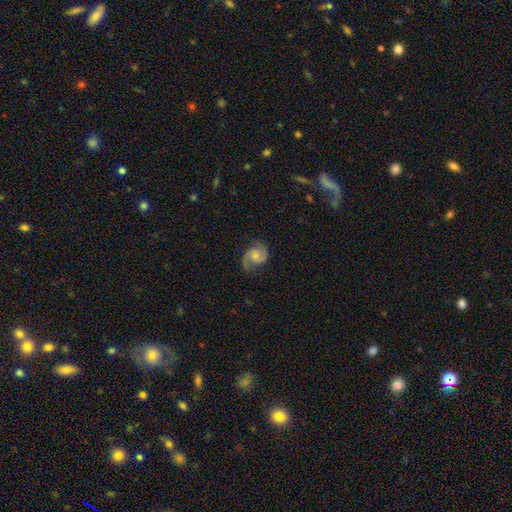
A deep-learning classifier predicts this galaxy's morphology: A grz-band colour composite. It shows a featured or disk galaxy (83%) with no bar (60%), 2 (91%) medium (55%) spiral arms (97%) and a moderate central bulge (43%). Merging: none (77%).